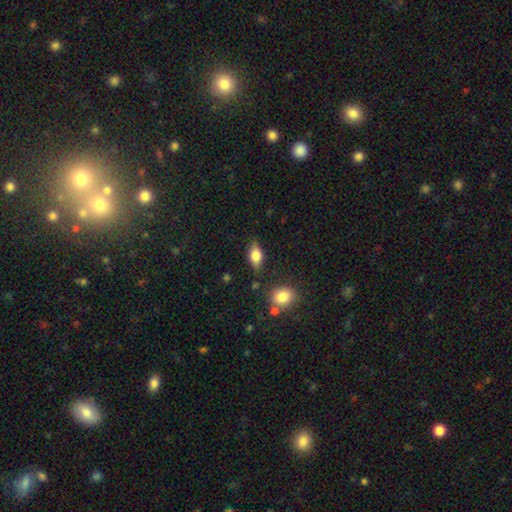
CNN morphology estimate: Q: Smooth or featured?
A: smooth (74%); runner-up: featured or disk (18%)
Q: How rounded?
A: in between (83%); runner-up: round (10%)
Q: Merging?
A: none (78%); runner-up: minor disturbance (15%)